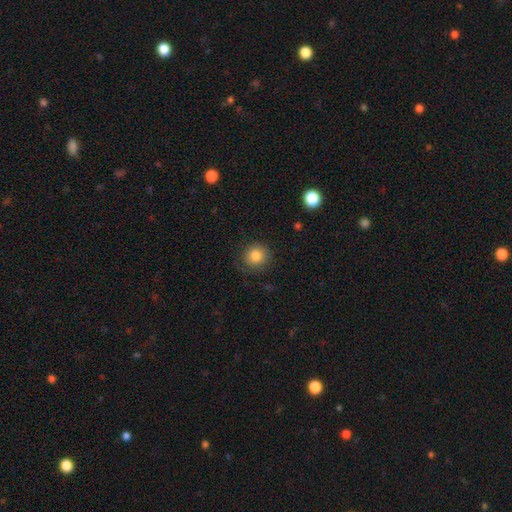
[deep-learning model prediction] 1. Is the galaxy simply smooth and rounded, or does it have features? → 83% smooth, 10% star or artifact, 7% featured or disk.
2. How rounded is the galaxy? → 91% round, 8% in between, 1% cigar-shaped.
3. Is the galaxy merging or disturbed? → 83% none, 12% minor disturbance, 4% major disturbance, 1% merger.